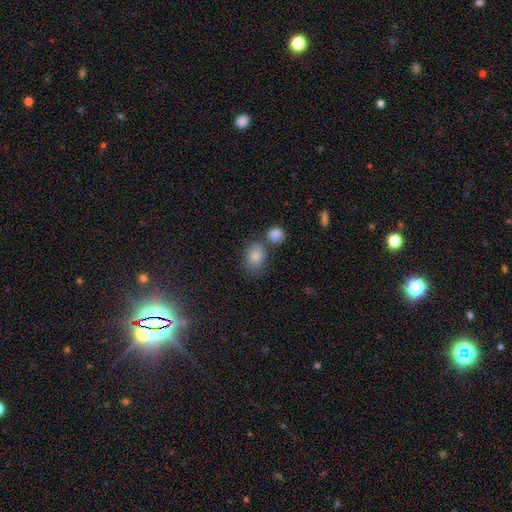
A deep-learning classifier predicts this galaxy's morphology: The model was most divided on "how rounded": in between: 60%, round: 38%, cigar-shaped: 2%. More confident: merging — none (67%); smooth or featured — smooth (66%).